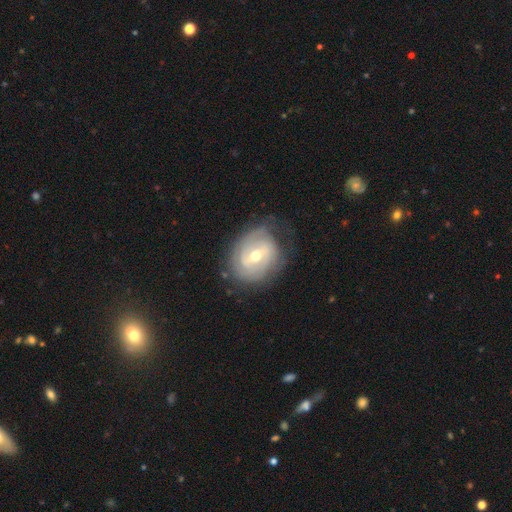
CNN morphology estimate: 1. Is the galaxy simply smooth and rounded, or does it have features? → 79% featured or disk, 15% smooth, 5% star or artifact.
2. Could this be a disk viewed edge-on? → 97% no, 3% yes.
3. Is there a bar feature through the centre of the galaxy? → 53% weak, 27% strong, 21% no.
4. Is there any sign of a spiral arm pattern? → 88% yes, 12% no.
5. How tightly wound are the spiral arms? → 62% tight, 28% medium, 10% loose.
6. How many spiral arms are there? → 46% 2, 31% can't tell, 12% 3, 4% 1, 4% 4, 3% more than 4.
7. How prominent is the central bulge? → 61% moderate, 35% small, 3% large, 1% none, 1% dominant.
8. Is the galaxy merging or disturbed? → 68% none, 21% minor disturbance, 9% major disturbance, 1% merger.